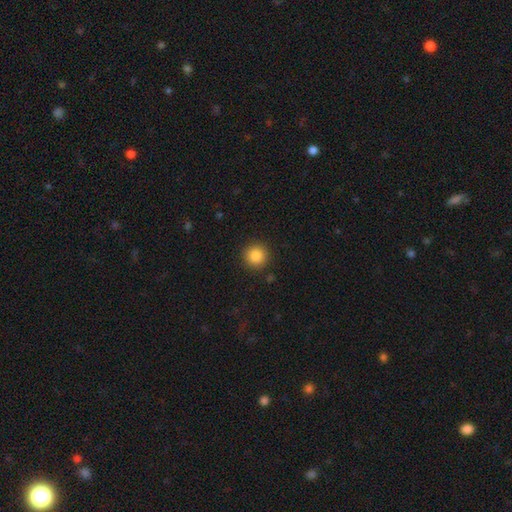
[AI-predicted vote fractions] A smooth galaxy with no disk features (85%) that is round (94%).

Vote fractions:
- Smooth or featured? smooth: 85% / star or artifact: 10% / featured or disk: 5%
- How rounded? round: 94% / in between: 5% / cigar-shaped: 1%
- Merging? none: 91% / minor disturbance: 6% / major disturbance: 2% / merger: 1%